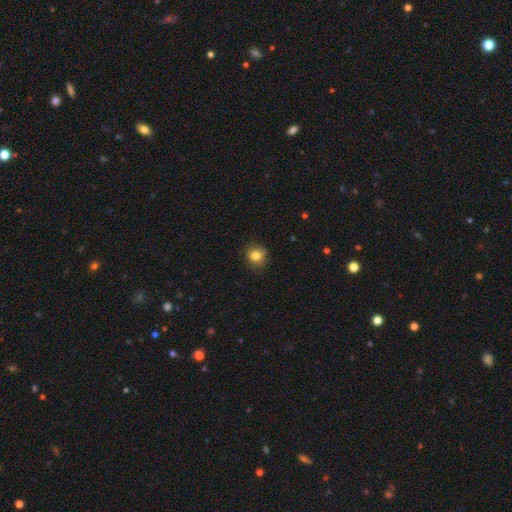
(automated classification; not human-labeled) Q: Smooth or featured?
A: smooth (82%); runner-up: star or artifact (11%)
Q: How rounded?
A: round (84%); runner-up: in between (15%)
Q: Merging?
A: none (83%); runner-up: minor disturbance (14%)